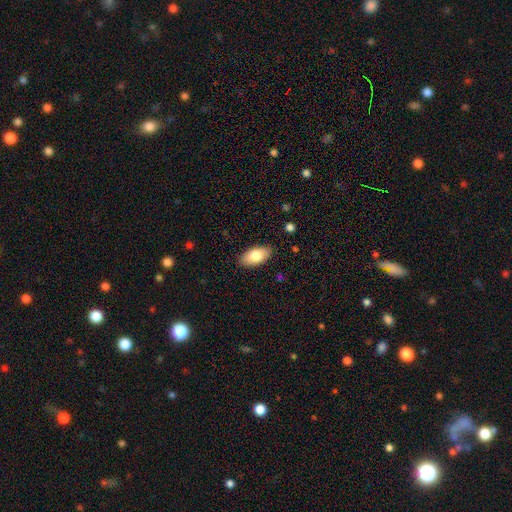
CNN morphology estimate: smooth-or-featured: smooth: 80% | featured or disk: 14% | star or artifact: 6%
  how-rounded: in between: 93% | cigar-shaped: 4% | round: 3%
  merging: none: 87% | minor disturbance: 10% | major disturbance: 2% | merger: 1%